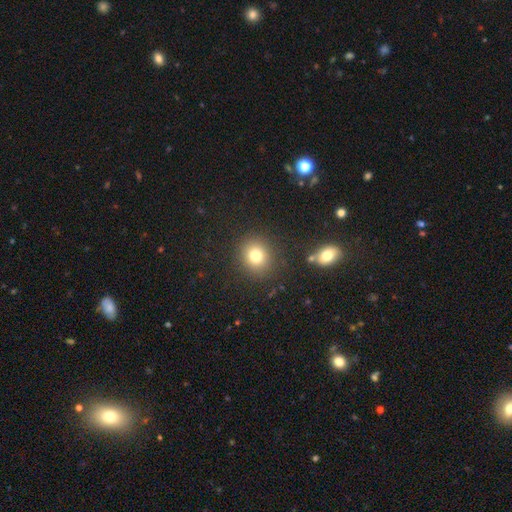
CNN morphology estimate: A smooth galaxy with no disk features (77%) that is round (86%). Merging: none (87%).